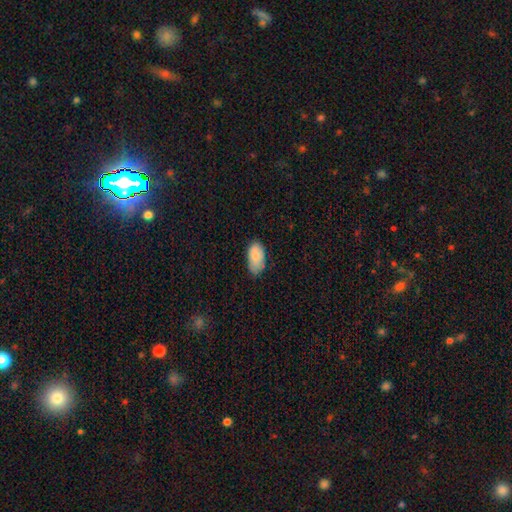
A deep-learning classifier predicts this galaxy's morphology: A smooth galaxy with no disk features (85%) that is in between round and cigar-shaped (94%). Merging: none (65%).